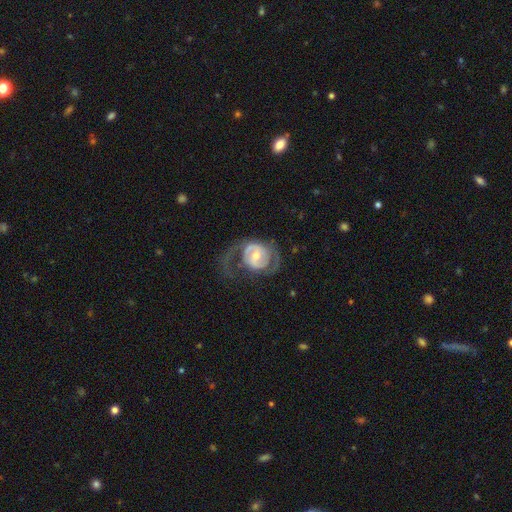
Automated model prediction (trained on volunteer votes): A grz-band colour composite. It shows a featured or disk galaxy (81%) with no bar (47%), 2 (72%) medium (43%) spiral arms (86%) and a moderate central bulge (54%). Merging: none (50%).